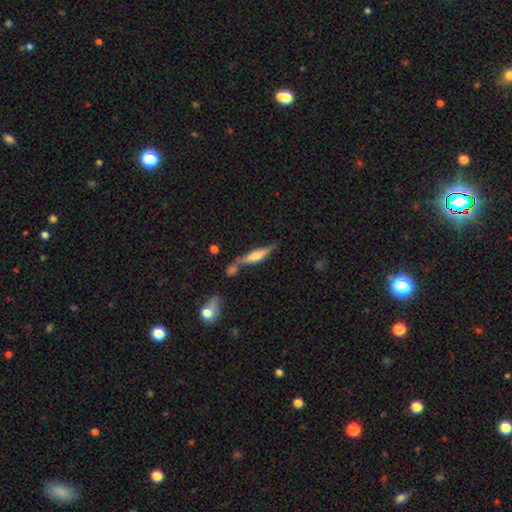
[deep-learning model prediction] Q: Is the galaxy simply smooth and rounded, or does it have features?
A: featured or disk — 58%.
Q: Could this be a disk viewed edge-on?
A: yes — 93%.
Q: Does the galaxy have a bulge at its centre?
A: rounded — 58%.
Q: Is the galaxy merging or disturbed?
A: none — 60%.